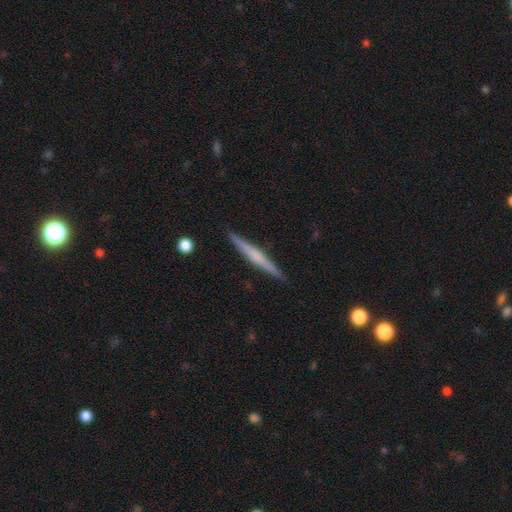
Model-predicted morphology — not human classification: Q: Smooth or featured?
A: featured or disk (57%); runner-up: smooth (37%)
Q: Edge-on disk?
A: yes (98%); runner-up: no (2%)
Q: Edge-on bulge?
A: rounded (47%); runner-up: none (40%)
Q: Merging?
A: none (91%); runner-up: minor disturbance (6%)